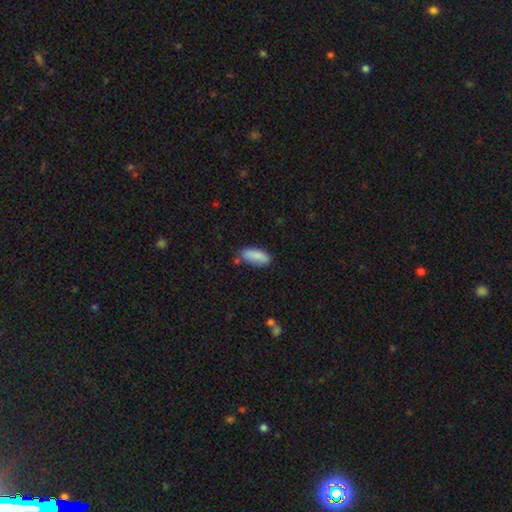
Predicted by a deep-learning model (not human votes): The model was most divided on "merging": none: 75%, minor disturbance: 18%, merger: 4%, major disturbance: 3%. More confident: smooth or featured — smooth (88%); how rounded — in between (81%).